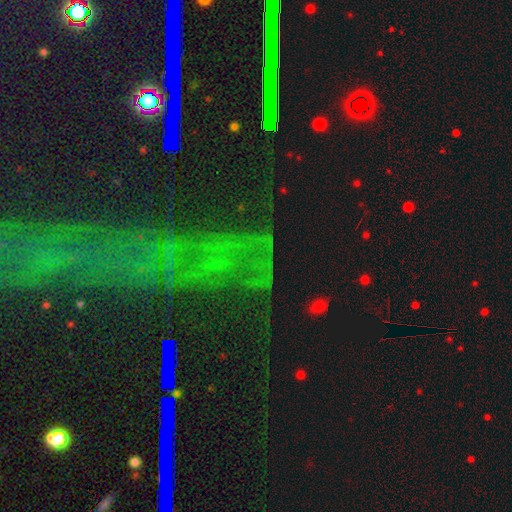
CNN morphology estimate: A star or artifact, not a galaxy (76%).

Vote fractions:
- Smooth or featured? star or artifact: 76% / featured or disk: 12% / smooth: 11%